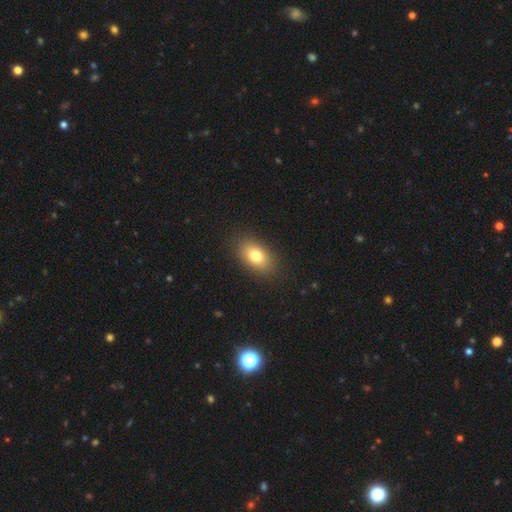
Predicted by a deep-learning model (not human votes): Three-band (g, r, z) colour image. It shows a smooth galaxy with no disk features (79%) that is in between round and cigar-shaped (88%). Merging: none (88%).